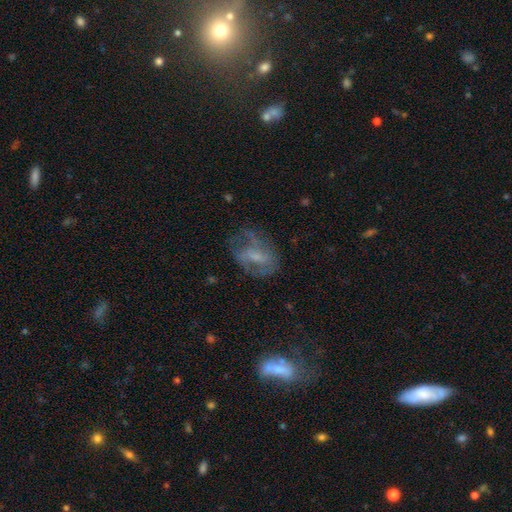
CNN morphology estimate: A featured or disk galaxy (63%) with a weak bar (44%), spiral arms (68%) and a small central bulge (44%). Merging: none (54%).